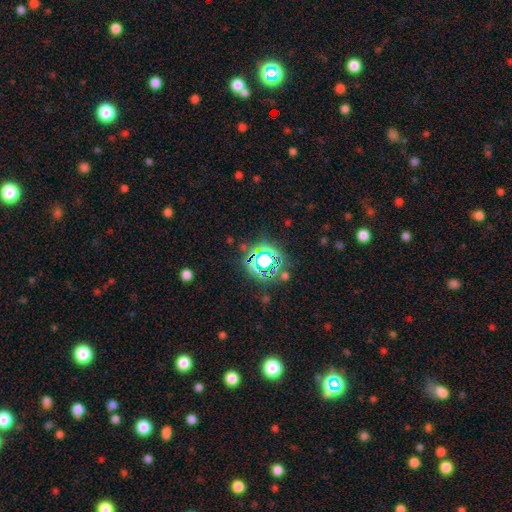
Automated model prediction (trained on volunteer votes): Q: Smooth or featured?
A: star or artifact (77%); runner-up: smooth (15%)